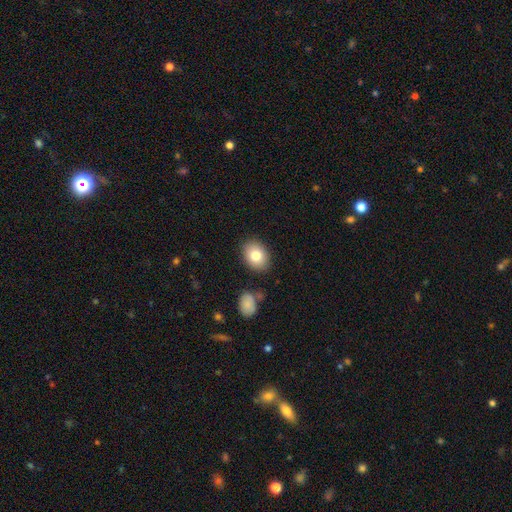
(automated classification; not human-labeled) This appears to be a smooth galaxy with no disk features (80%) that is in between round and cigar-shaped (61%). Merging: none (84%).